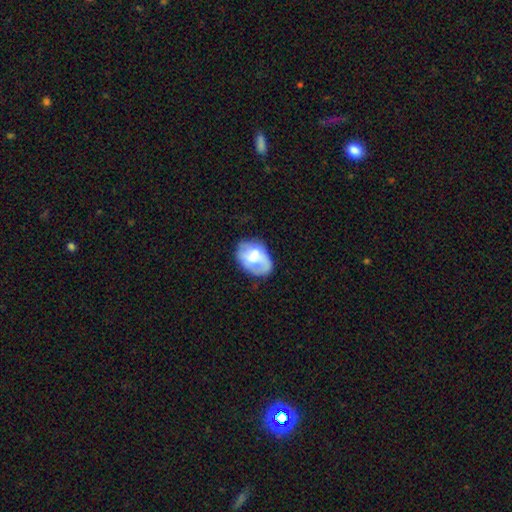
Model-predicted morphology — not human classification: Smooth or featured?
  - smooth: 55% *
  - featured or disk: 38%
  - star or artifact: 8%
How rounded?
  - in between: 79% *
  - round: 20%
  - cigar-shaped: 1%
Merging?
  - none: 47% *
  - minor disturbance: 30%
  - major disturbance: 19%
  - merger: 3%